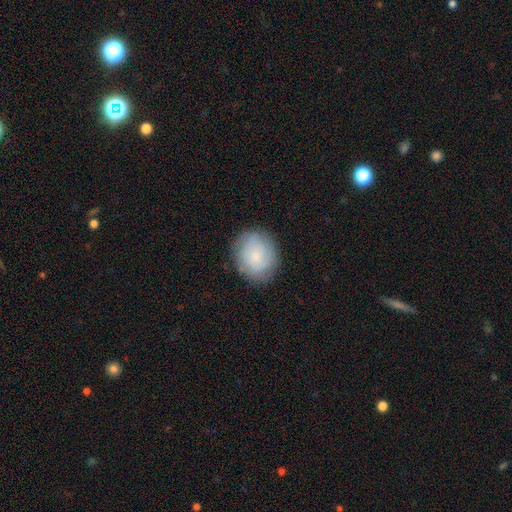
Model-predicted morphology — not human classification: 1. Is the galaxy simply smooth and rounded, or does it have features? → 67% smooth, 26% featured or disk, 8% star or artifact.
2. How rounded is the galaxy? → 57% round, 42% in between, 1% cigar-shaped.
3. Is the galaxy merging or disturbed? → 80% none, 15% minor disturbance, 4% major disturbance, 1% merger.